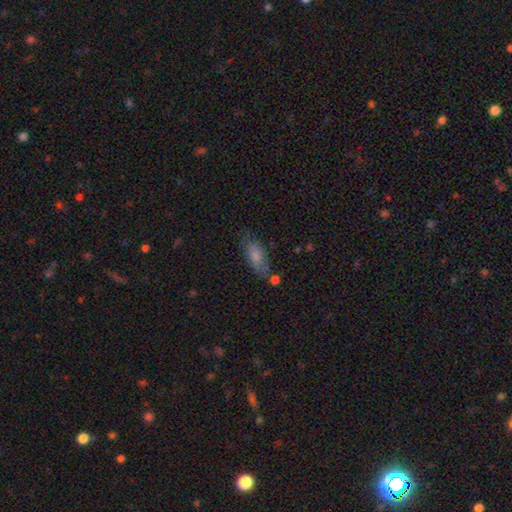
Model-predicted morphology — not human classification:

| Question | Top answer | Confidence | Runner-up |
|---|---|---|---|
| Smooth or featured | smooth | 77% | featured or disk (16%) |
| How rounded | in between | 79% | cigar-shaped (18%) |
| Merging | none | 63% | minor disturbance (22%) |